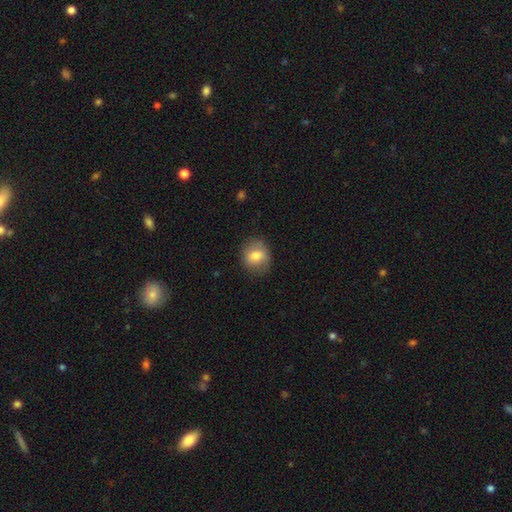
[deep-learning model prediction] smooth_or_featured: smooth (p=0.77) [alt: featured or disk p=0.15]
how_rounded: round (p=0.71) [alt: in between p=0.28]
merging: none (p=0.82) [alt: minor disturbance p=0.13]